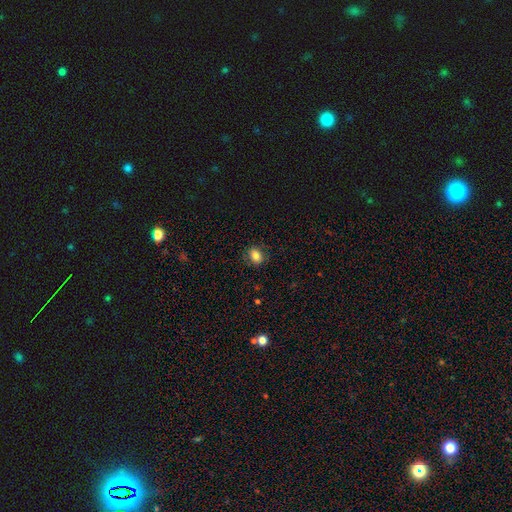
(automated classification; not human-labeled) Smooth or featured? Predicted: smooth (p=0.81). How rounded? Predicted: in between (p=0.63). Merging? Predicted: none (p=0.83).